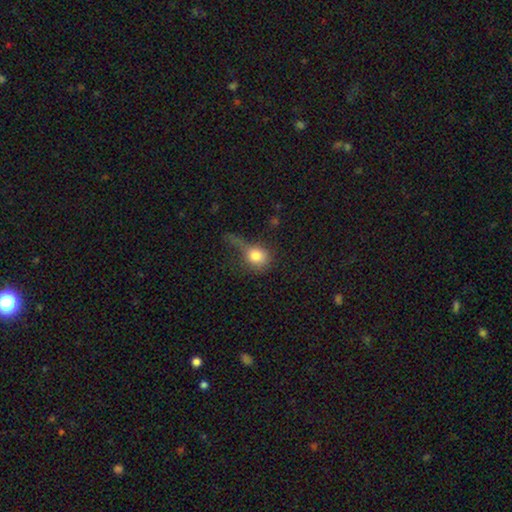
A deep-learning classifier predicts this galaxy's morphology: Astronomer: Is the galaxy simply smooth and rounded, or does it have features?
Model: smooth — 77%.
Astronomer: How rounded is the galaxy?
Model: round — 68%.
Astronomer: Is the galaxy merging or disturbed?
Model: major disturbance — 42% (runner-up: none, 28%).